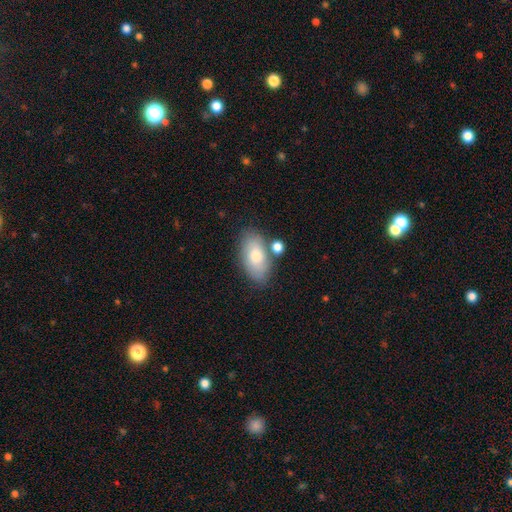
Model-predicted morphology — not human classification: The model was most divided on "smooth or featured": smooth: 72%, featured or disk: 20%, star or artifact: 8%. More confident: how rounded — in between (92%); merging — none (73%).